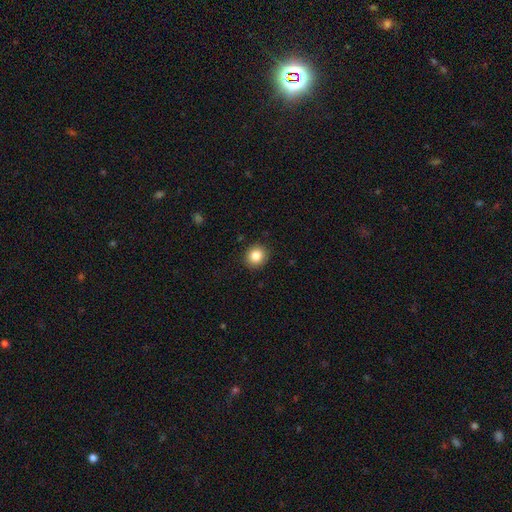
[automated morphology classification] The model was most divided on "how rounded": round: 84%, in between: 15%, cigar-shaped: 1%. More confident: merging — none (90%); smooth or featured — smooth (85%).